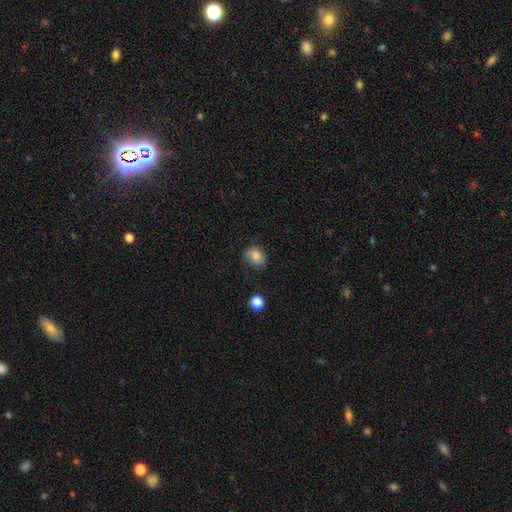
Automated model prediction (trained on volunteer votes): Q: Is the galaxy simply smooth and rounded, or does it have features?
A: smooth — 75%.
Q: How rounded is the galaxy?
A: in between — 50%.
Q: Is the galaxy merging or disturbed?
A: none — 60%.